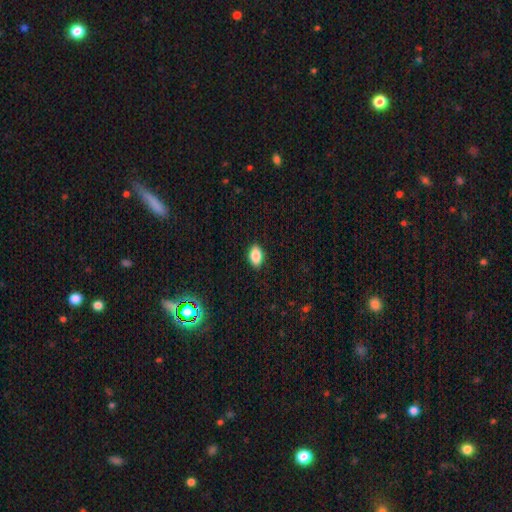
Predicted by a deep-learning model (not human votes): Q: Smooth or featured?
A: smooth (87%); runner-up: star or artifact (9%)
Q: How rounded?
A: in between (85%); runner-up: round (13%)
Q: Merging?
A: none (87%); runner-up: minor disturbance (10%)